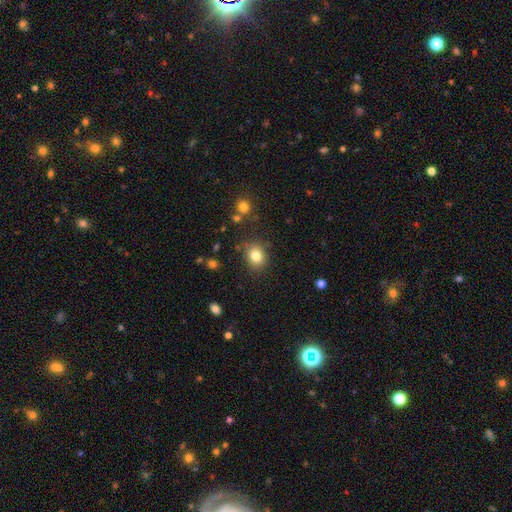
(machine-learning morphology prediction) Smooth or featured? smooth (82%)
How rounded? round (64%)
Merging? none (82%)